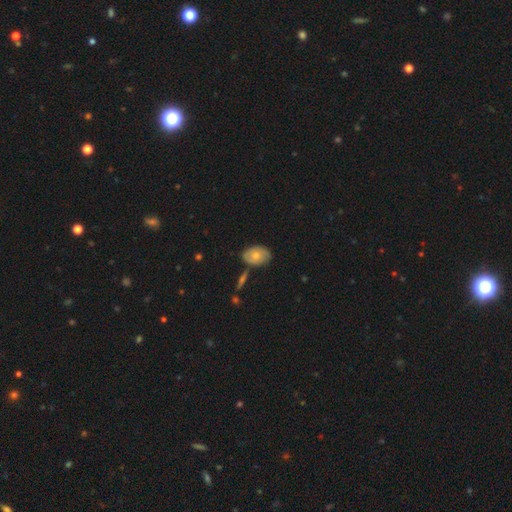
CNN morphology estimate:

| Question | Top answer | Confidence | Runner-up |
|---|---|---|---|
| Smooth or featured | smooth | 59% | featured or disk (34%) |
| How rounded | in between | 81% | round (18%) |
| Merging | none | 69% | minor disturbance (21%) |